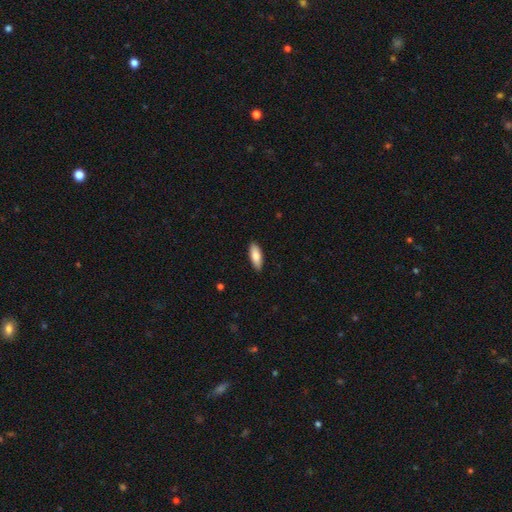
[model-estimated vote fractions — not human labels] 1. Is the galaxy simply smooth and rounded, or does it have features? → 83% smooth, 11% featured or disk, 6% star or artifact.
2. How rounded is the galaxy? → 69% in between, 29% cigar-shaped, 2% round.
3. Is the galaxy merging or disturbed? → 89% none, 8% minor disturbance, 2% major disturbance, 1% merger.